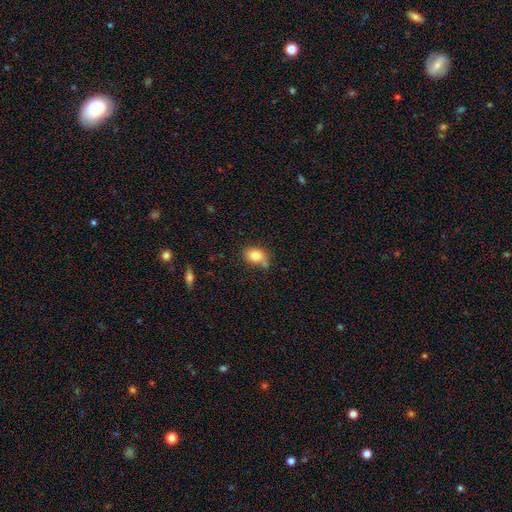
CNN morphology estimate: Q: Smooth or featured?
A: smooth (81%); runner-up: star or artifact (9%)
Q: How rounded?
A: in between (62%); runner-up: round (37%)
Q: Merging?
A: none (63%); runner-up: minor disturbance (22%)